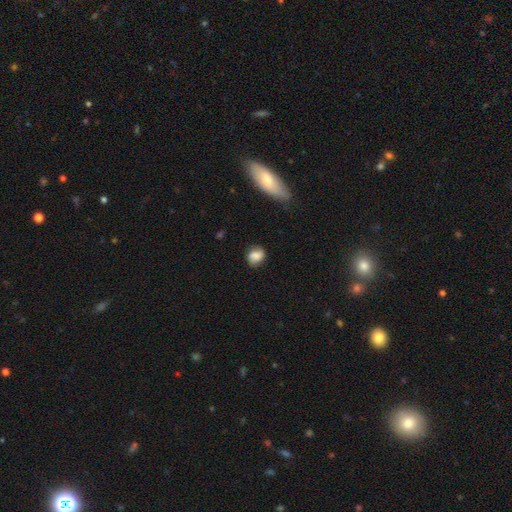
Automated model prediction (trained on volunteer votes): Overall: smooth (73%). How rounded: round (53%; in between 46%). Merging: none (69%).